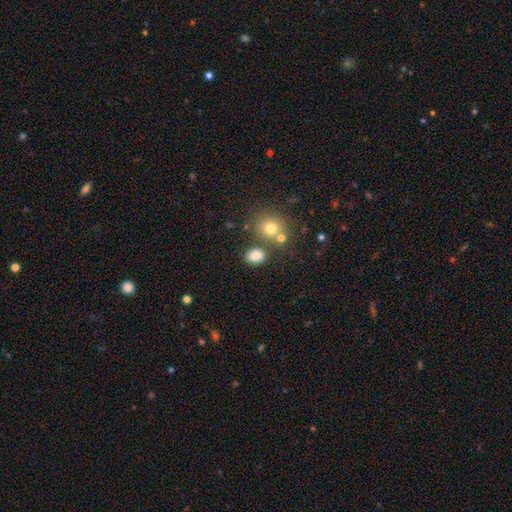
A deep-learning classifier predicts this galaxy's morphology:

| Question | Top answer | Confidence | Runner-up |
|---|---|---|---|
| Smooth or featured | smooth | 82% | star or artifact (12%) |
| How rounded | in between | 57% | round (42%) |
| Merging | none | 71% | merger (13%) |